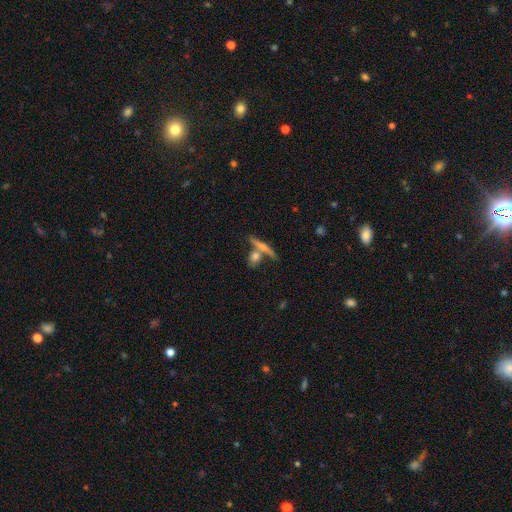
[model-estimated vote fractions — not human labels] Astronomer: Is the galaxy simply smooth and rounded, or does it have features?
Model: smooth — 48% (runner-up: featured or disk, 41%).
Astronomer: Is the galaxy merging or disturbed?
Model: none — 58%.